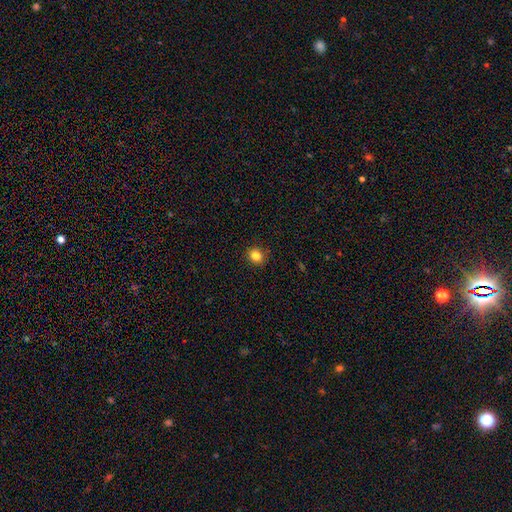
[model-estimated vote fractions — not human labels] Morphology: type=smooth (83%); roundness=round (77%); merging=none (90%).